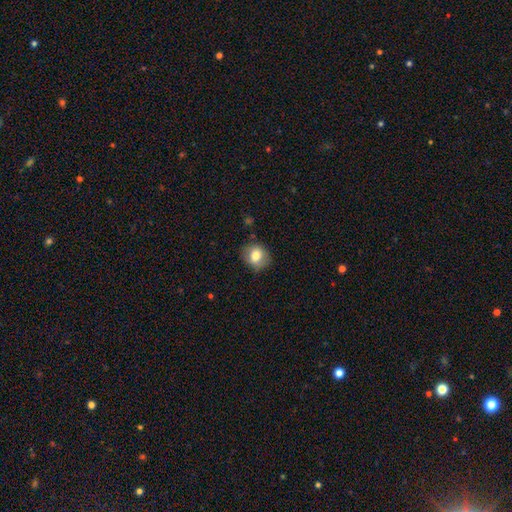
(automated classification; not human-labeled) Smooth or featured? Predicted: smooth (p=0.76). How rounded? Predicted: round (p=0.68). Merging? Predicted: none (p=0.82).